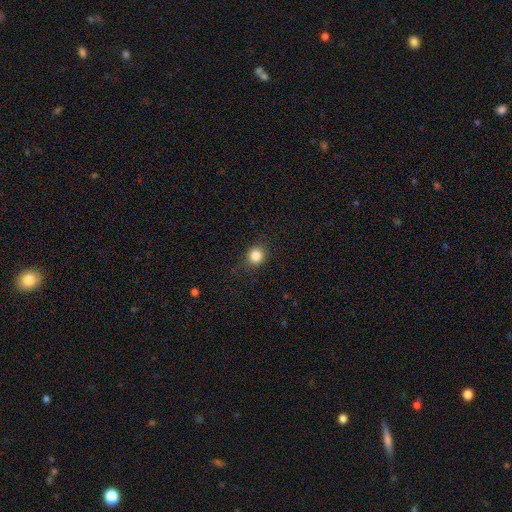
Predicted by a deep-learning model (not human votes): A smooth galaxy with no disk features (84%) that is round (82%). Merging: none (84%).